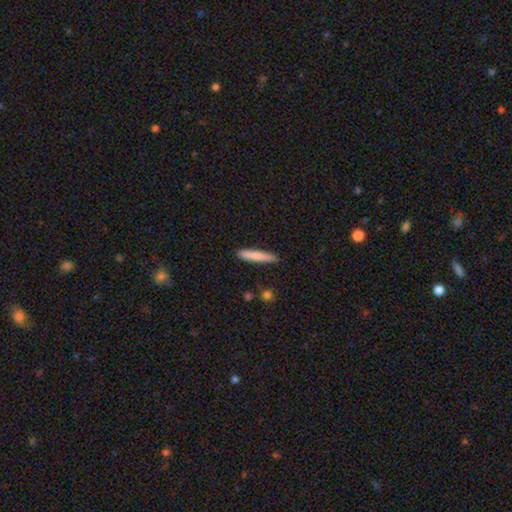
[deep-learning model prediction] This is likely a smooth galaxy (79%). How rounded: clearly cigar-shaped (91%). Merging: clearly none (87%).